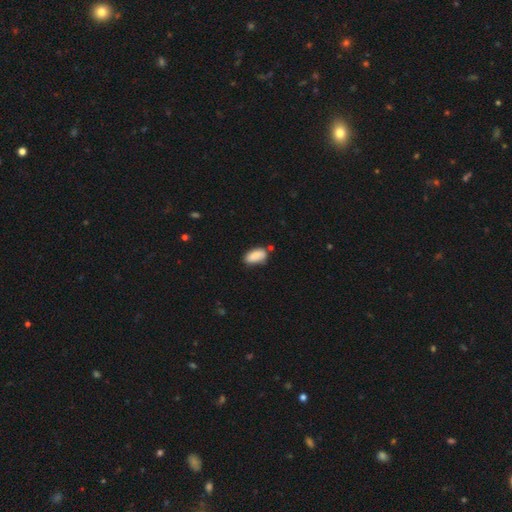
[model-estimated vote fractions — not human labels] Overall: smooth (86%). How rounded: in between (91%). Merging: none (66%).